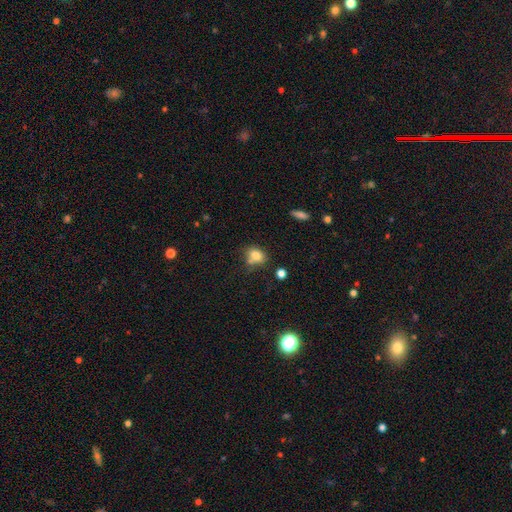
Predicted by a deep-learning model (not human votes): A smooth galaxy with no disk features (79%) that is in between round and cigar-shaped (51%).

Vote fractions:
- Smooth or featured? smooth: 79% / star or artifact: 11% / featured or disk: 10%
- How rounded? in between: 51% / round: 48% / cigar-shaped: 1%
- Merging? none: 55% / minor disturbance: 20% / merger: 18% / major disturbance: 6%